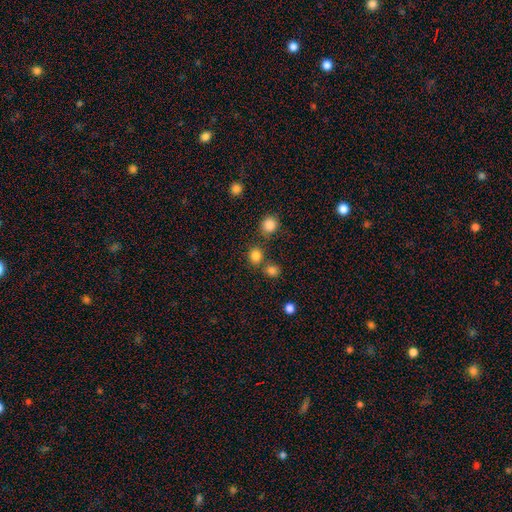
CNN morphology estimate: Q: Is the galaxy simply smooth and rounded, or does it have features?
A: smooth — 82%.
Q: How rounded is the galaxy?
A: round — 81%.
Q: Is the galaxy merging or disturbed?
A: none — 70%.